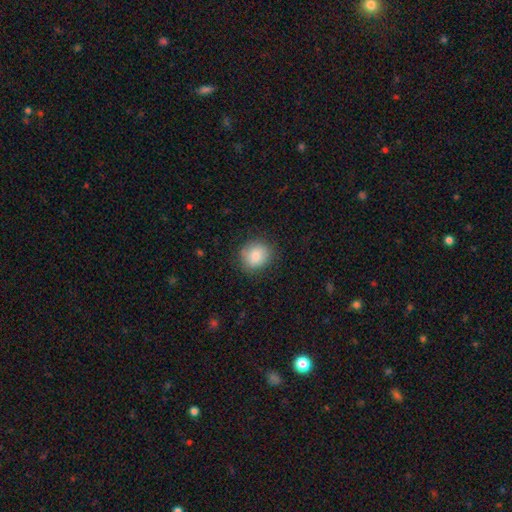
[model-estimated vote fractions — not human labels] Overall: smooth (83%). How rounded: round (78%). Merging: none (82%).